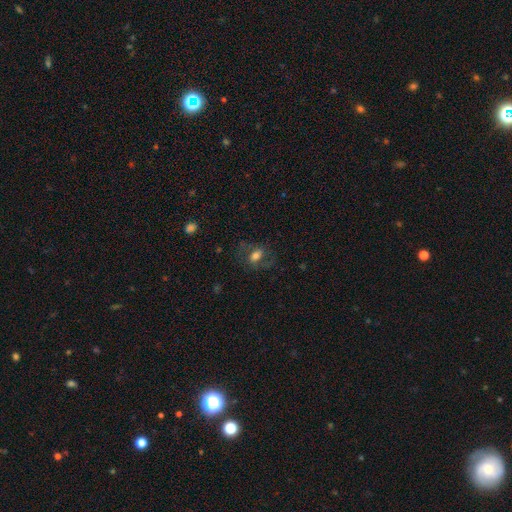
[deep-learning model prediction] smooth_or_featured: smooth (p=0.55) [alt: featured or disk p=0.32]
how_rounded: in between (p=0.73) [alt: round p=0.24]
merging: none (p=0.66) [alt: minor disturbance p=0.17]